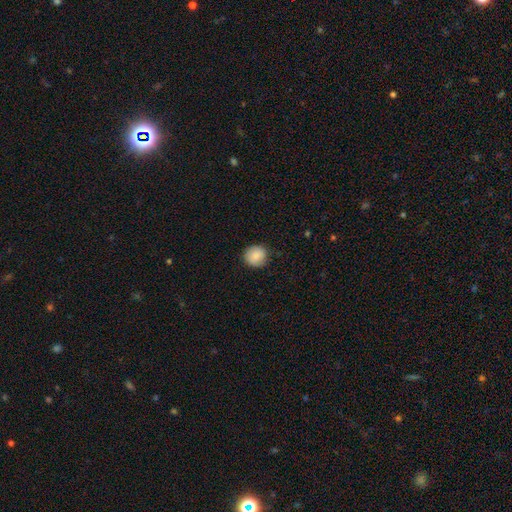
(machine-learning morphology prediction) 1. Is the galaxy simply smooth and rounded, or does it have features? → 86% smooth, 8% star or artifact, 7% featured or disk.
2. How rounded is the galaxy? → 87% round, 12% in between, 1% cigar-shaped.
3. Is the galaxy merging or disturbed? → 84% none, 12% minor disturbance, 3% major disturbance, 1% merger.